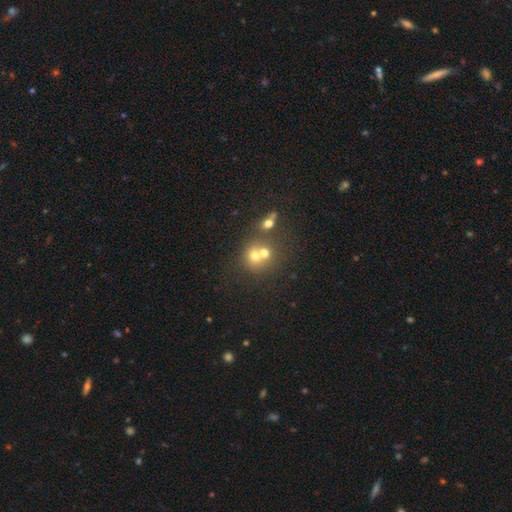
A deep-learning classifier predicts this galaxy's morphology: A smooth galaxy with no disk features (64%) that is round (80%). Merging: merger (55%).